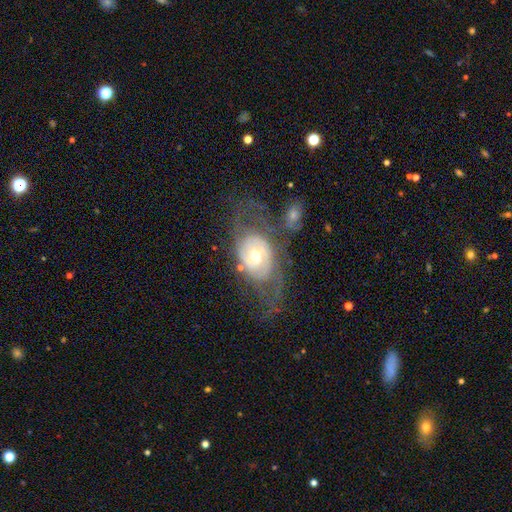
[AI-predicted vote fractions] Q: Smooth or featured?
A: featured or disk (78%); runner-up: smooth (16%)
Q: Edge-on disk?
A: no (95%); runner-up: yes (5%)
Q: Bar?
A: no (54%); runner-up: weak (36%)
Q: Spiral arms?
A: yes (82%); runner-up: no (18%)
Q: Spiral winding?
A: tight (45%); runner-up: medium (35%)
Q: Spiral arm count?
A: 2 (54%); runner-up: can't tell (29%)
Q: Bulge size?
A: moderate (68%); runner-up: small (22%)
Q: Merging?
A: none (45%); runner-up: major disturbance (26%)